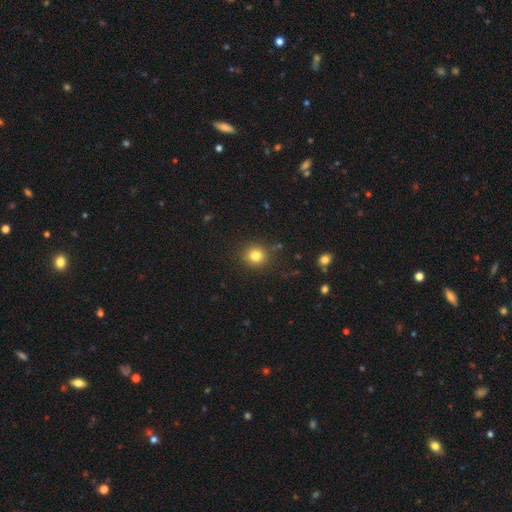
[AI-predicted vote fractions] Smooth or featured?
  - smooth: 81% *
  - star or artifact: 13%
  - featured or disk: 6%
How rounded?
  - round: 90% *
  - in between: 9%
  - cigar-shaped: 1%
Merging?
  - none: 87% *
  - minor disturbance: 8%
  - major disturbance: 3%
  - merger: 2%